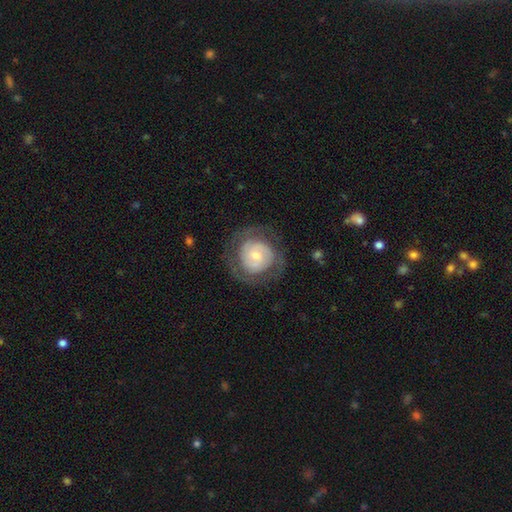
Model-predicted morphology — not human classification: Smooth or featured? featured or disk (67%)
Edge-on disk? no (98%)
Bar? no (71%)
Spiral arms? yes (80%)
Spiral winding? tight (64%)
Spiral arm count? 2 (50%)
Bulge size? small (58%)
Merging? none (73%)